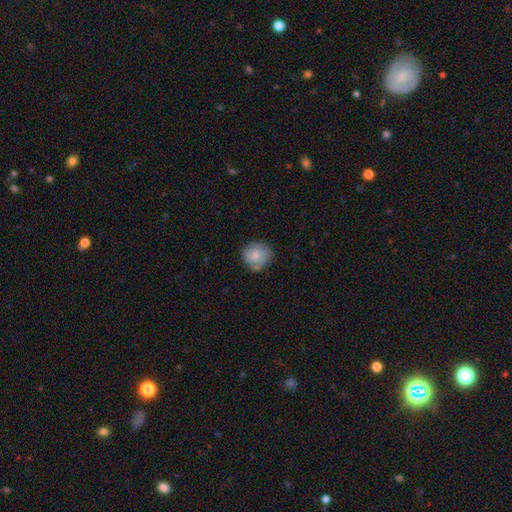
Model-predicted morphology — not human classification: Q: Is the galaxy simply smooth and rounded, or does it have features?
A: smooth — 71%.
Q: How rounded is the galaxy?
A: round — 84%.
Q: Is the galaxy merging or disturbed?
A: none — 69%.